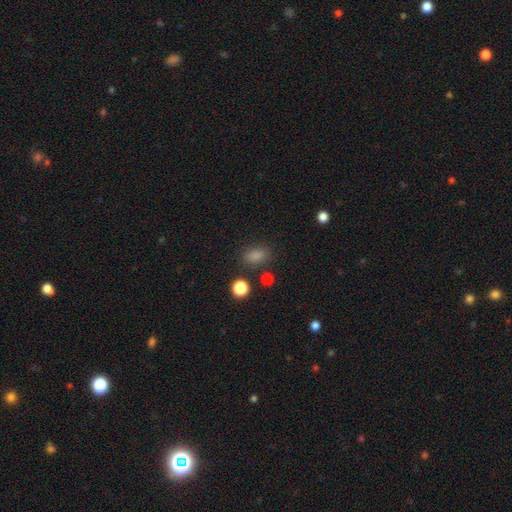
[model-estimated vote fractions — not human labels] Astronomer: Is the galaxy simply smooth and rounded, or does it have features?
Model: smooth — 82%.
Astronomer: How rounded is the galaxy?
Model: in between — 80%.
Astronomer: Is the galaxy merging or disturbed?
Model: none — 79%.